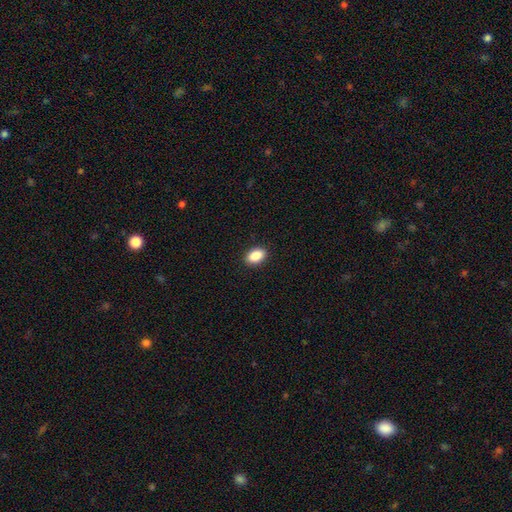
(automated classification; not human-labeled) smooth-or-featured: smooth: 88% | star or artifact: 7% | featured or disk: 4%
  how-rounded: in between: 90% | round: 9% | cigar-shaped: 2%
  merging: none: 91% | minor disturbance: 7% | major disturbance: 2% | merger: 1%